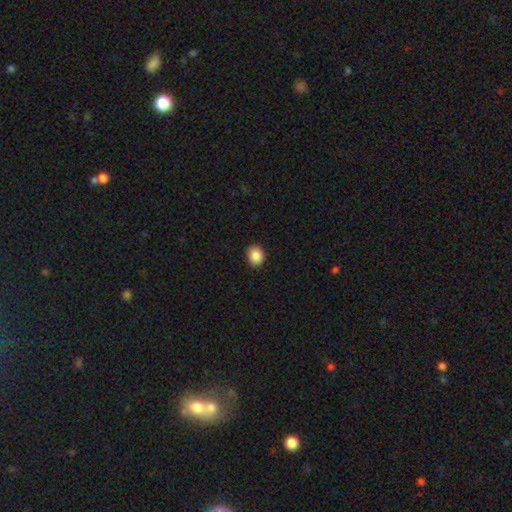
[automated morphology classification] This is clearly a smooth galaxy (87%). How rounded: likely round (65%). Merging: clearly none (90%).